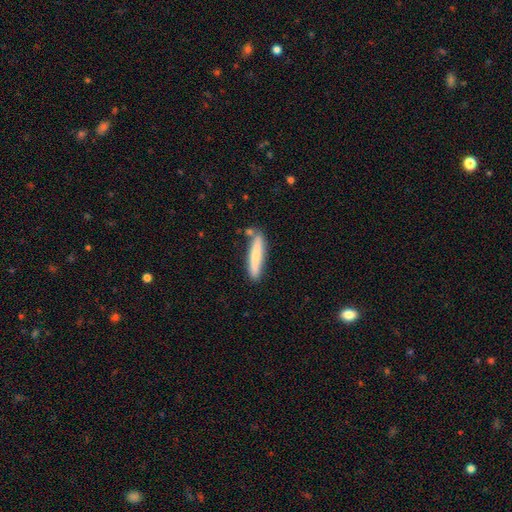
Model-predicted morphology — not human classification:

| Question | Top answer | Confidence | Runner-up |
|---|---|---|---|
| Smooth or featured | smooth | 75% | featured or disk (20%) |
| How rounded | cigar-shaped | 90% | in between (8%) |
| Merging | none | 80% | minor disturbance (13%) |